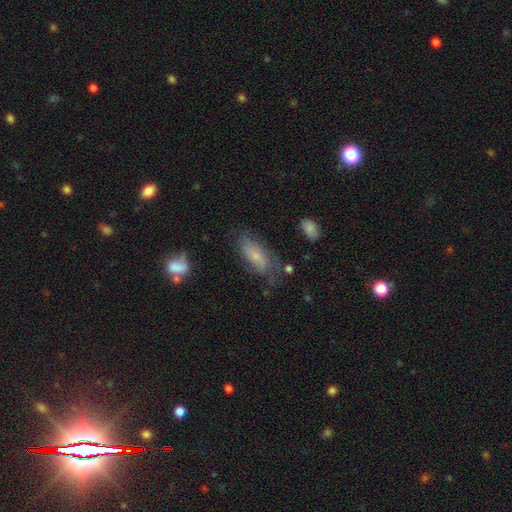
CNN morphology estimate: A smooth galaxy with no disk features (62%) that is in between round and cigar-shaped (79%). Merging: none (54%).